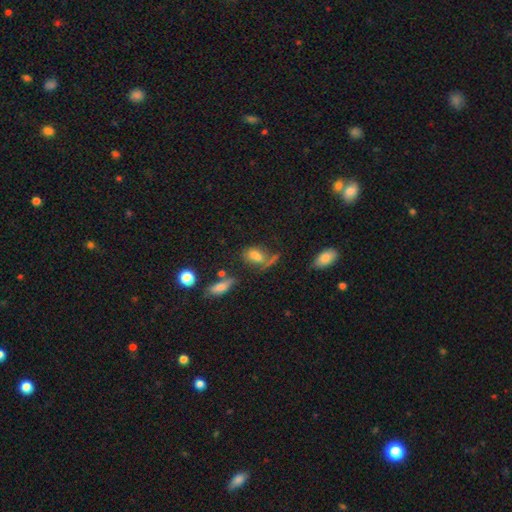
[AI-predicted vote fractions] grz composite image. It shows a smooth galaxy with no disk features (66%) that is in between round and cigar-shaped (81%). Merging: none (40%).